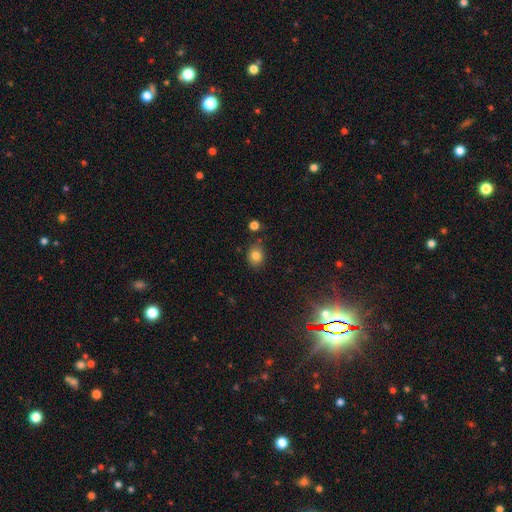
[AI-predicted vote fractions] smooth-or-featured: smooth: 80% | star or artifact: 12% | featured or disk: 8%
  how-rounded: round: 51% | in between: 48% | cigar-shaped: 1%
  merging: none: 79% | minor disturbance: 14% | merger: 4% | major disturbance: 3%